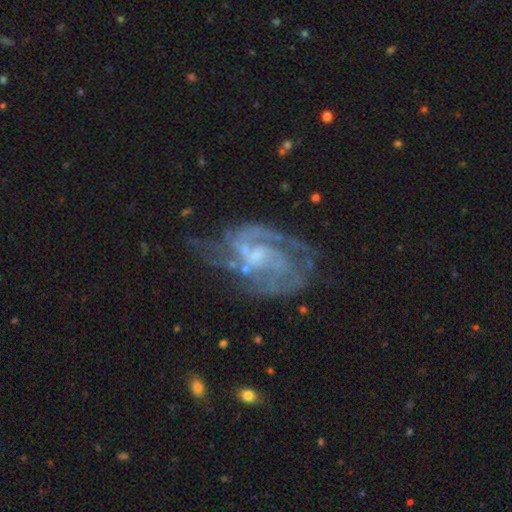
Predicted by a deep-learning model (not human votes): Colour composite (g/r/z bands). It shows a featured or disk galaxy (85%) with no bar (47%), 2 (40%) medium (46%) spiral arms (90%) and a small central bulge (50%). Merging: none (51%).